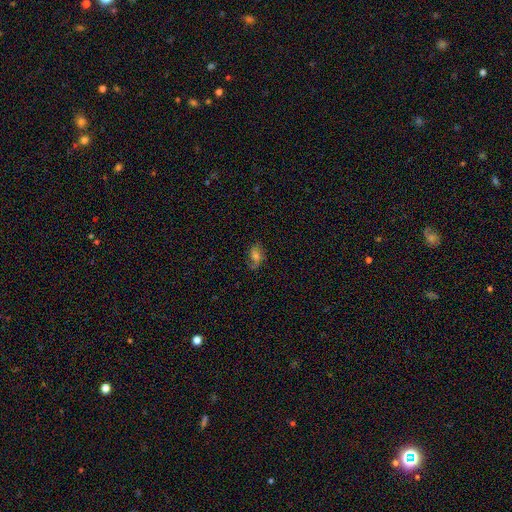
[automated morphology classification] A smooth galaxy with no disk features (43%). Merging: none (68%).